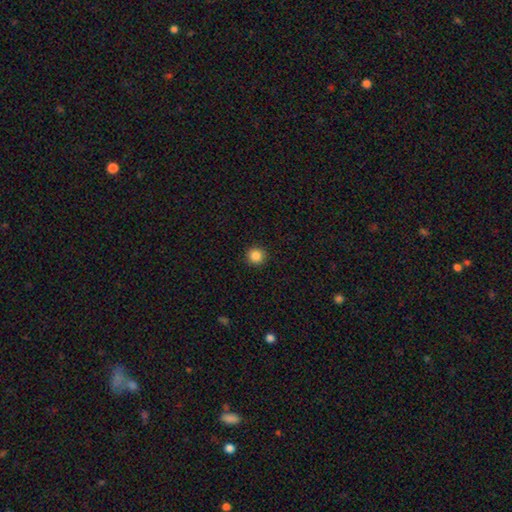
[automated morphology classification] Overall: smooth (87%). How rounded: round (95%). Merging: none (92%).